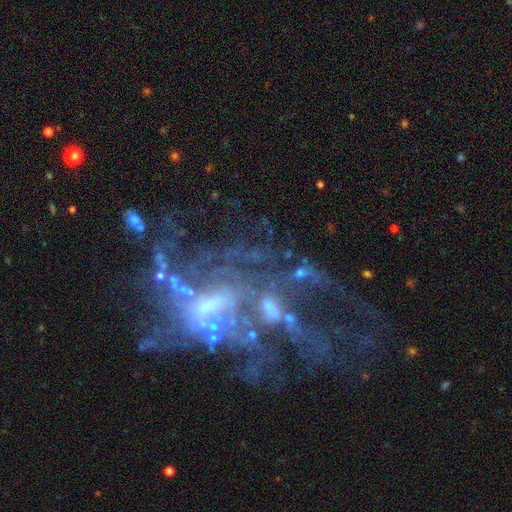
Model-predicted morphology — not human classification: Smooth or featured: featured or disk — 73% (star or artifact — 20%)
Edge-on disk: no — 96% (yes — 4%)
Bar: no — 53% (weak — 33%)
Spiral arms: yes — 60% (no — 40%)
Bulge size: small — 39% (moderate — 30%)
Merging: major disturbance — 39% (none — 26%)